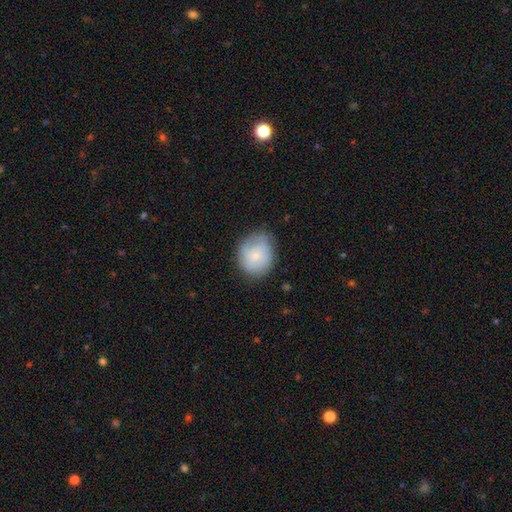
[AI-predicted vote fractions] This is likely a smooth galaxy (64%). How rounded: likely round (68%). Merging: likely none (65%).